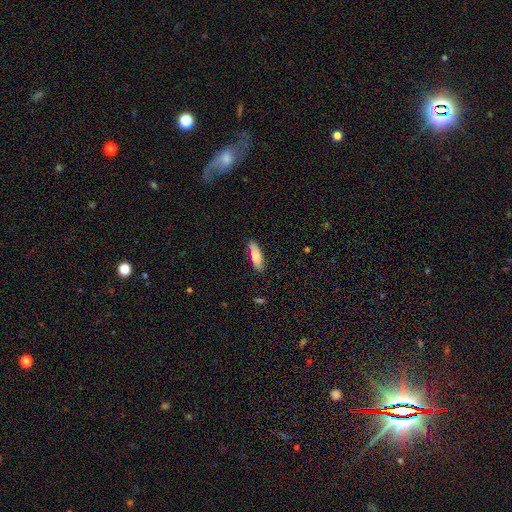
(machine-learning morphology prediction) Q: Smooth or featured?
A: smooth (71%); runner-up: featured or disk (23%)
Q: How rounded?
A: in between (55%); runner-up: cigar-shaped (43%)
Q: Merging?
A: none (83%); runner-up: minor disturbance (13%)